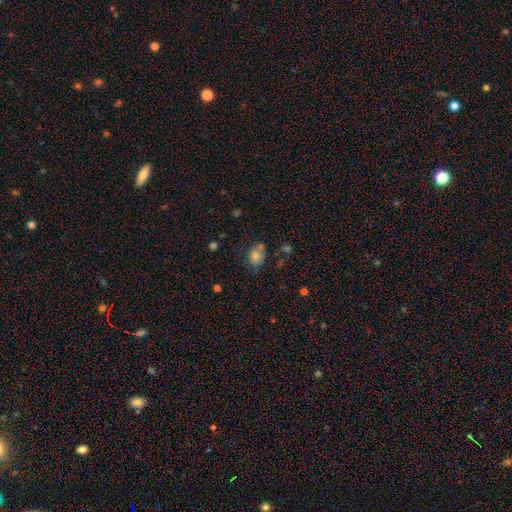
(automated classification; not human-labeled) The model was most divided on "how rounded": in between: 50%, round: 49%, cigar-shaped: 1%. More confident: smooth or featured — smooth (72%); merging — none (63%).